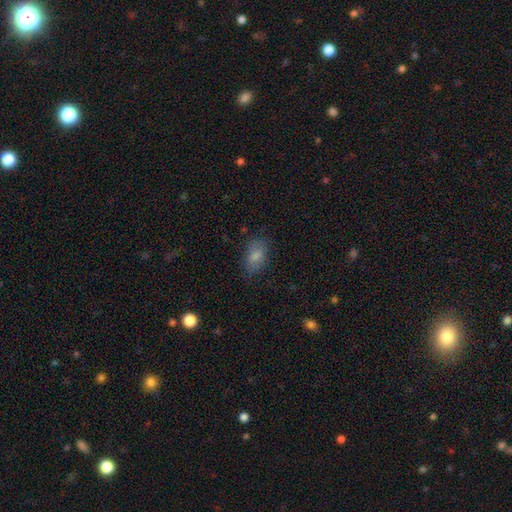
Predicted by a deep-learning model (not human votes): This is clearly a smooth galaxy (82%). How rounded: clearly in between (89%). Merging: likely none (77%).